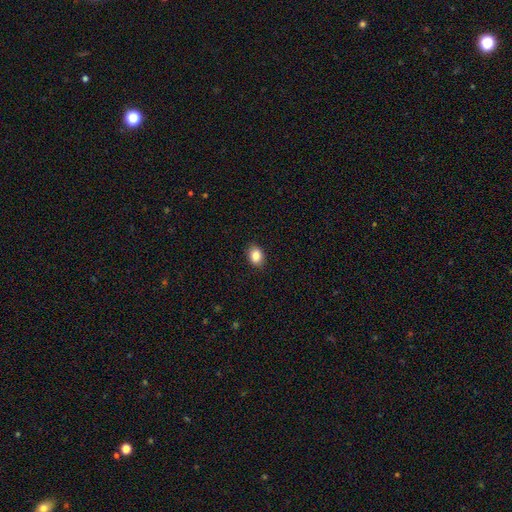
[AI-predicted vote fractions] Smooth or featured? smooth (86%)
How rounded? in between (68%)
Merging? none (89%)